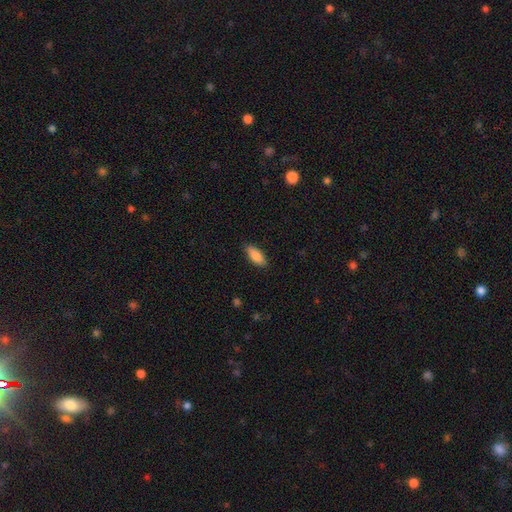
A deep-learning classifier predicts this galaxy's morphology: A smooth galaxy with no disk features (86%) that is in between round and cigar-shaped (76%). Merging: none (86%).